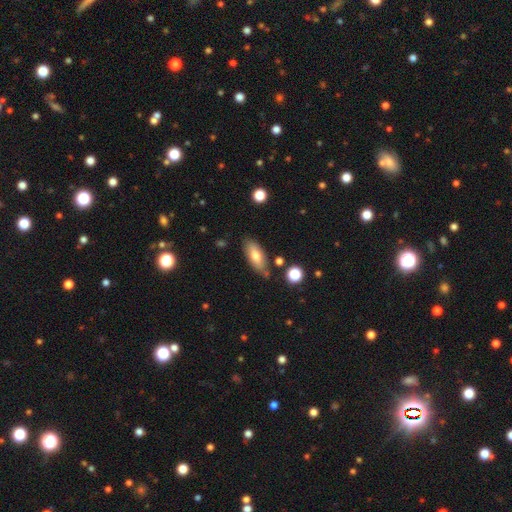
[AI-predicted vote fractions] Smooth or featured?
  - smooth: 69% *
  - featured or disk: 24%
  - star or artifact: 7%
How rounded?
  - in between: 78% *
  - cigar-shaped: 20%
  - round: 3%
Merging?
  - none: 74% *
  - minor disturbance: 17%
  - merger: 5%
  - major disturbance: 4%